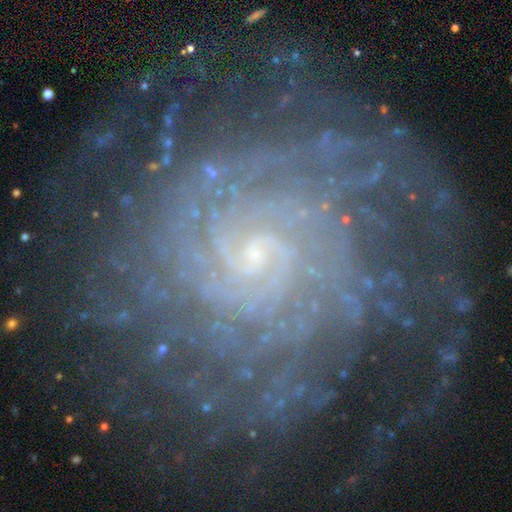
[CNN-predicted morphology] This appears to be a featured or disk galaxy (87%) with no bar (57%), tight (77%) spiral arms (97%) and a small central bulge (80%). Merging: none (74%).